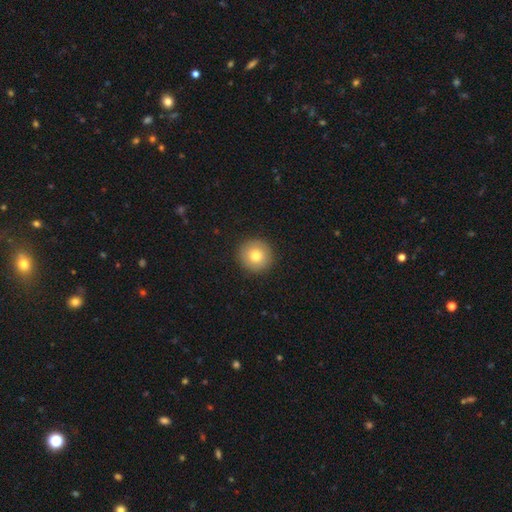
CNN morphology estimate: Q: Smooth or featured?
A: smooth (78%); runner-up: featured or disk (13%)
Q: How rounded?
A: round (95%); runner-up: in between (4%)
Q: Merging?
A: none (92%); runner-up: minor disturbance (5%)